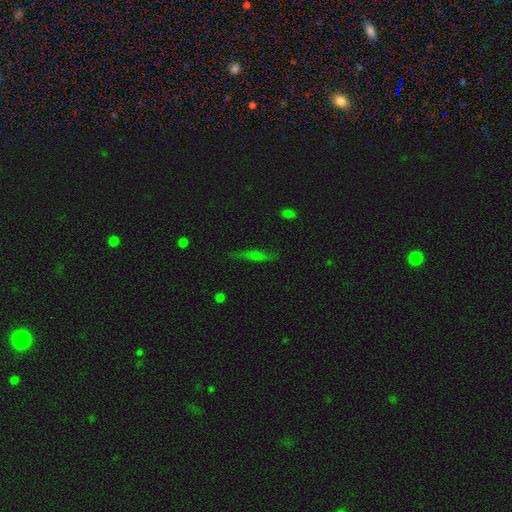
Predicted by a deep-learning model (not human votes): This appears to be a smooth galaxy with no disk features (51%) that is cigar-shaped (76%). Merging: none (74%).